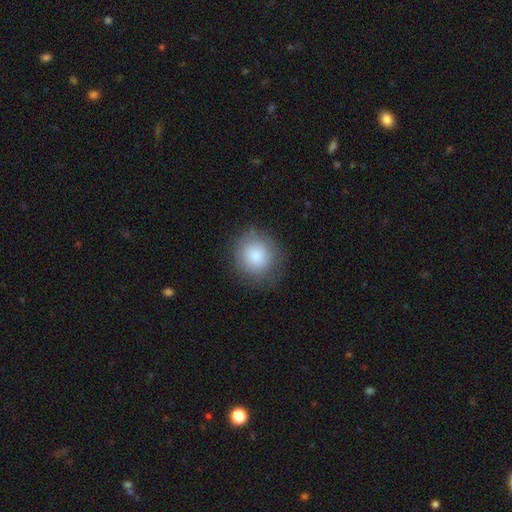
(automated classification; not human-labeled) Smooth or featured: smooth — 81% (featured or disk — 10%)
How rounded: round — 89% (in between — 10%)
Merging: none — 79% (minor disturbance — 15%)